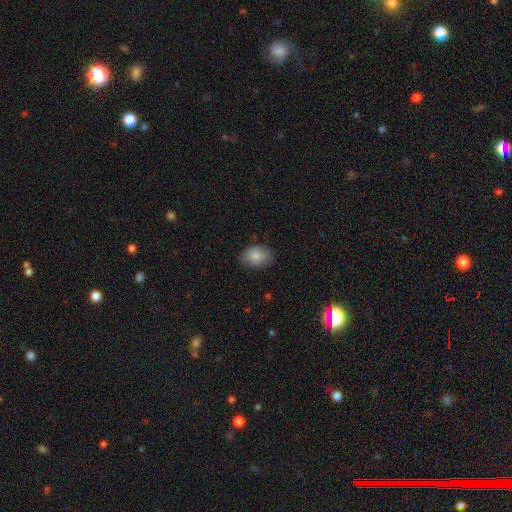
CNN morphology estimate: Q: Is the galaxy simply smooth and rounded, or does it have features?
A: smooth — 84%.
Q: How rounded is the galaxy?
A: in between — 73%.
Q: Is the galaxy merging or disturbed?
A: none — 77%.